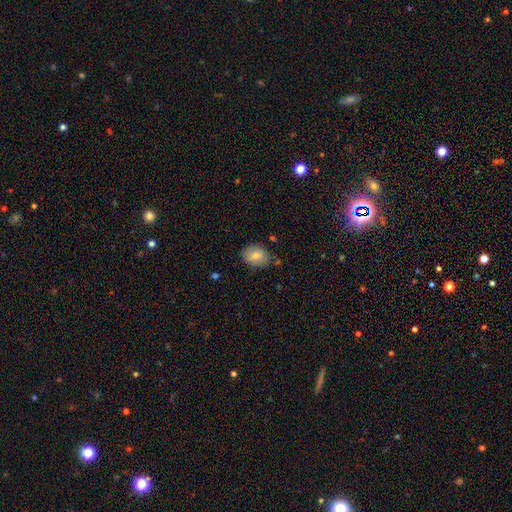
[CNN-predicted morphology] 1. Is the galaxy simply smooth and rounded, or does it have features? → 79% smooth, 14% featured or disk, 7% star or artifact.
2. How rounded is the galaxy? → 65% in between, 34% round, 1% cigar-shaped.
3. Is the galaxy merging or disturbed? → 76% none, 18% minor disturbance, 3% major disturbance, 3% merger.